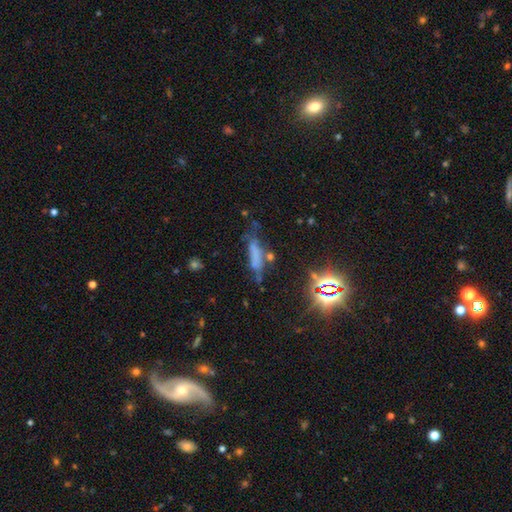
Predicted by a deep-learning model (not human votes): A smooth galaxy with no disk features (49%). Merging: none (48%).